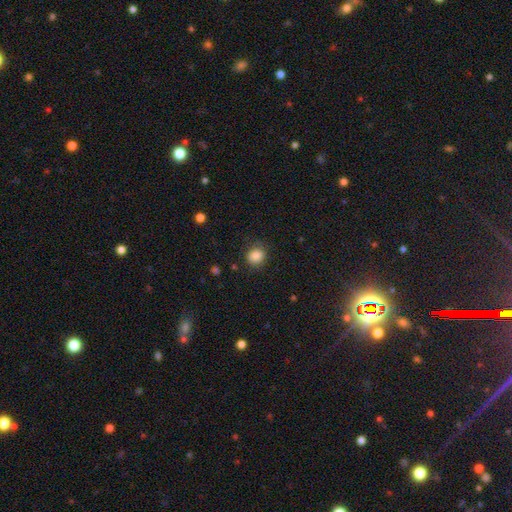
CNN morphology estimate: The model was most divided on "how rounded": round: 70%, in between: 29%, cigar-shaped: 1%. More confident: smooth or featured — smooth (84%); merging — none (78%).